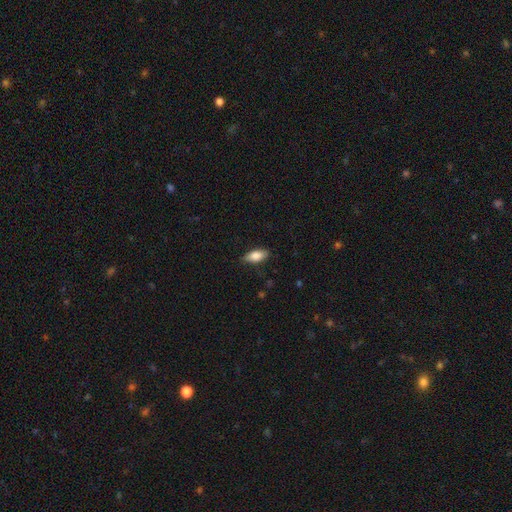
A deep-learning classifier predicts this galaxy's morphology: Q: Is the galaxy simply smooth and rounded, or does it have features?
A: smooth — 81%.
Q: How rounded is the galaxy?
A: in between — 86%.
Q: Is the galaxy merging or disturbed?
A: none — 82%.